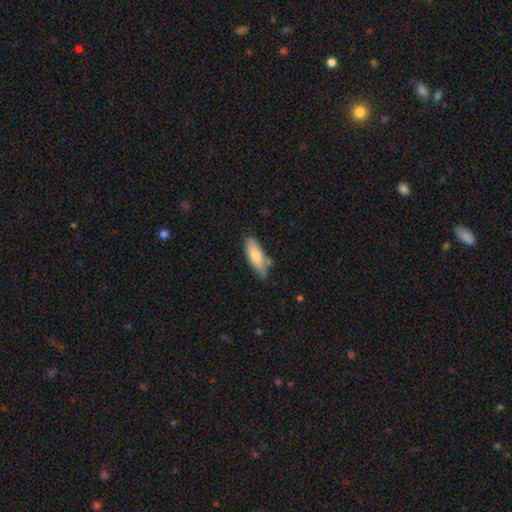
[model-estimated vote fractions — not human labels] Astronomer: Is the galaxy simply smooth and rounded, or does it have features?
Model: smooth — 77%.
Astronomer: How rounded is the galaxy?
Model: in between — 61% (runner-up: cigar-shaped, 37%).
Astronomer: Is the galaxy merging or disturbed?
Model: none — 65%.